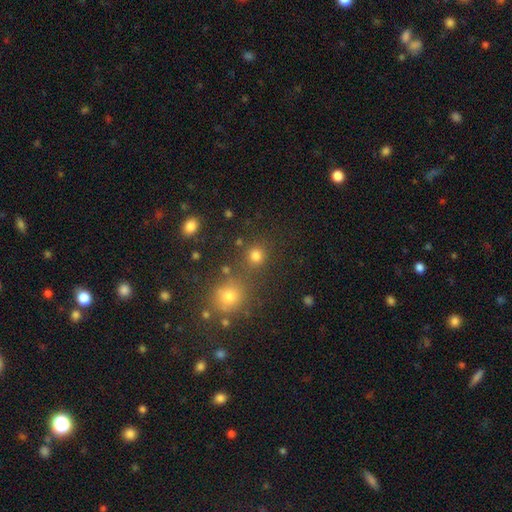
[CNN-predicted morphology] Overall: smooth (79%). How rounded: round (90%). Merging: none (75%).